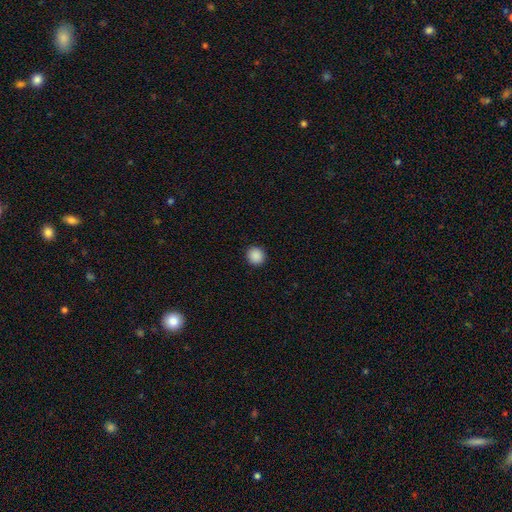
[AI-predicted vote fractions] smooth_or_featured: smooth (p=0.89) [alt: star or artifact p=0.09]
how_rounded: round (p=0.92) [alt: in between p=0.07]
merging: none (p=0.93) [alt: minor disturbance p=0.05]